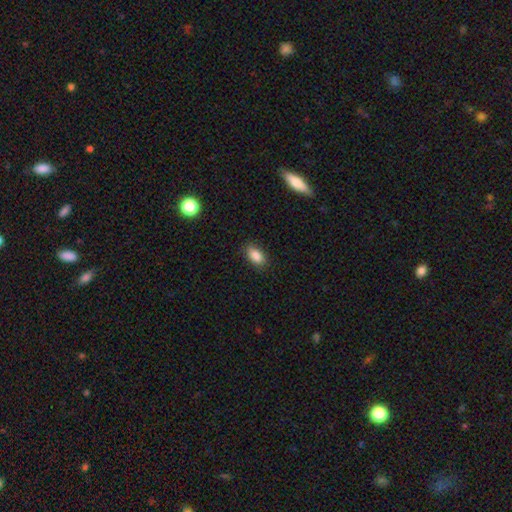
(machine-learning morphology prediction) The model was most divided on "merging": none: 84%, minor disturbance: 12%, major disturbance: 3%, merger: 1%. More confident: how rounded — in between (89%); smooth or featured — smooth (87%).